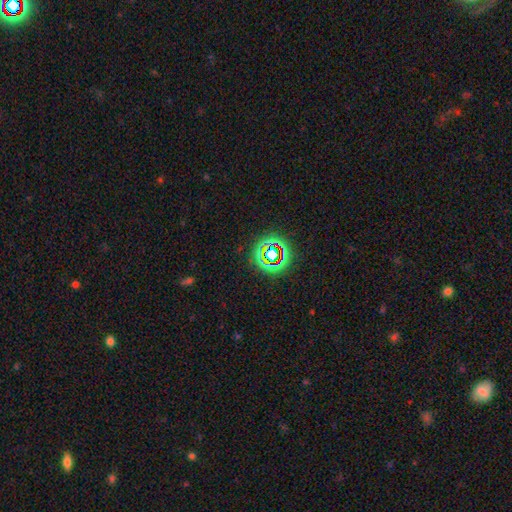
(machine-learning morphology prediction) star or artifact 51%, featured or disk 28%, smooth 22%.